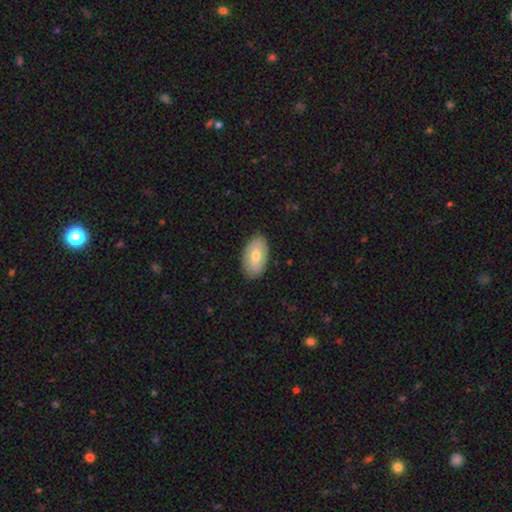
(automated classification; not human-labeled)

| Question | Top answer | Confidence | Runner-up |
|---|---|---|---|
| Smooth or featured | smooth | 59% | featured or disk (35%) |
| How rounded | in between | 94% | round (5%) |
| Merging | none | 84% | minor disturbance (13%) |